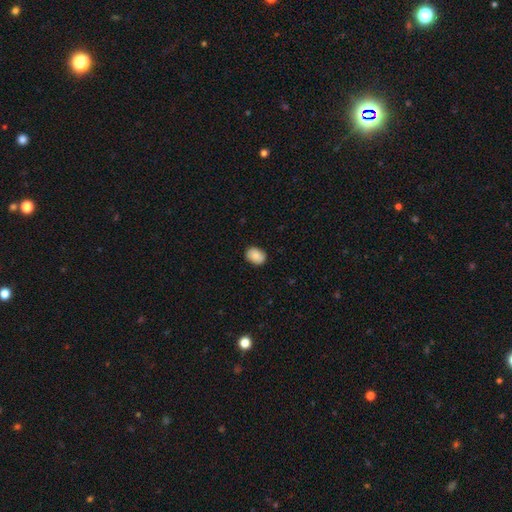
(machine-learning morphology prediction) Smooth or featured: smooth — 87% (star or artifact — 7%)
How rounded: in between — 68% (round — 31%)
Merging: none — 85% (minor disturbance — 12%)